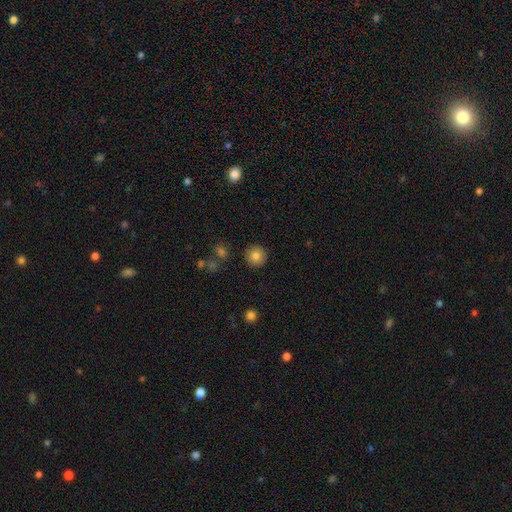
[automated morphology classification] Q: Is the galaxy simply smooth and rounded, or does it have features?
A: smooth — 83%.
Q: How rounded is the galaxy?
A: round — 94%.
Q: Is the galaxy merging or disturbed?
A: none — 90%.